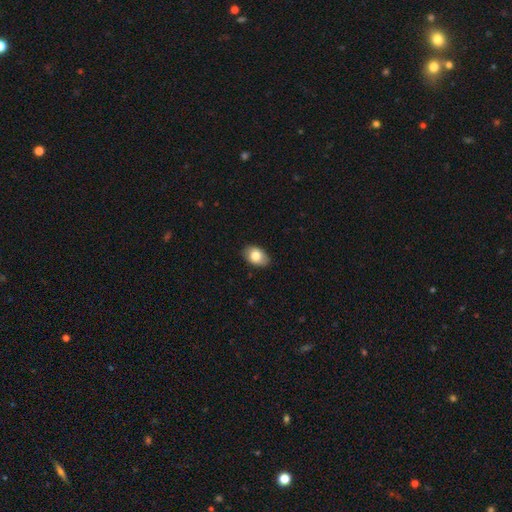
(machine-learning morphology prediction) type=smooth (81%); roundness=in between (85%); merging=none (84%).